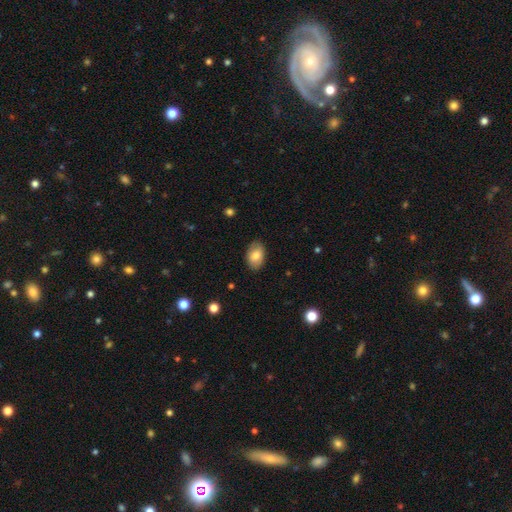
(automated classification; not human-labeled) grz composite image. It shows a smooth galaxy with no disk features (80%) that is in between round and cigar-shaped (88%). Merging: none (85%).